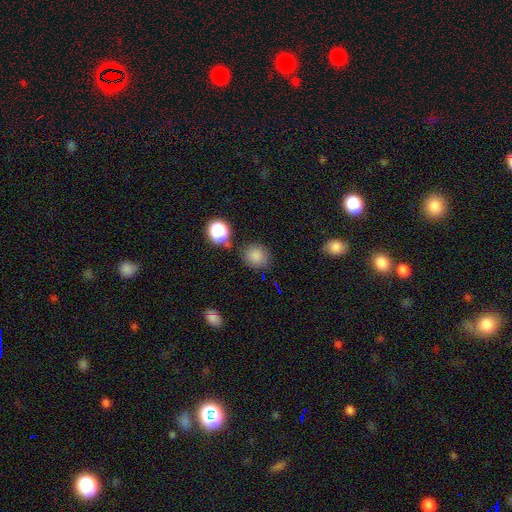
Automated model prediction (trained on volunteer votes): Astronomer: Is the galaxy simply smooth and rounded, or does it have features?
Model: smooth — 82%.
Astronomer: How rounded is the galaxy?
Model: round — 81%.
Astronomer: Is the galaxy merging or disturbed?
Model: none — 80%.